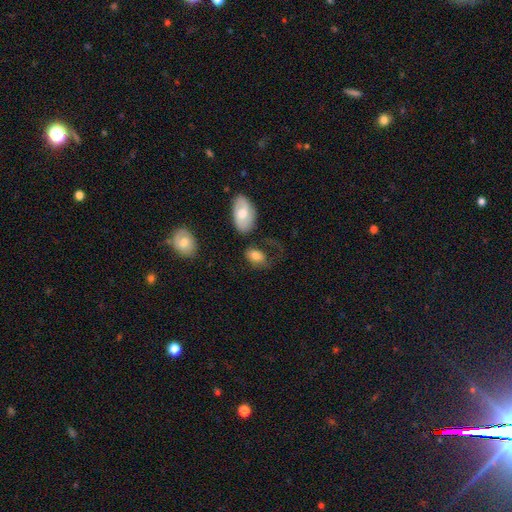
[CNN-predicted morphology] smooth-or-featured: smooth: 79% | featured or disk: 13% | star or artifact: 8%
  how-rounded: in between: 88% | round: 10% | cigar-shaped: 2%
  merging: none: 55% | minor disturbance: 21% | major disturbance: 14% | merger: 10%